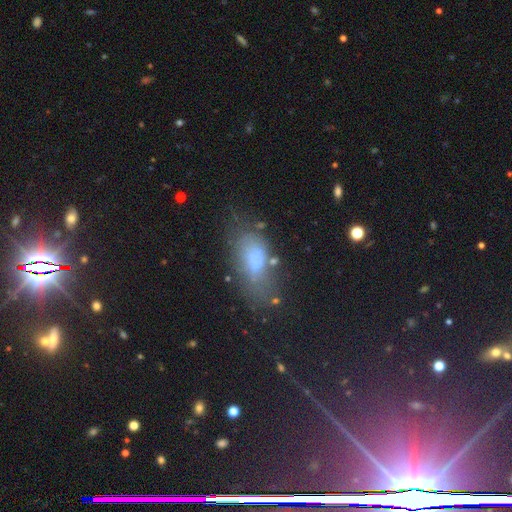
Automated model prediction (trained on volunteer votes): smooth 64%, star or artifact 19%, featured or disk 17%. Down the decision tree: how rounded — in between (84%); merging — none (53%).